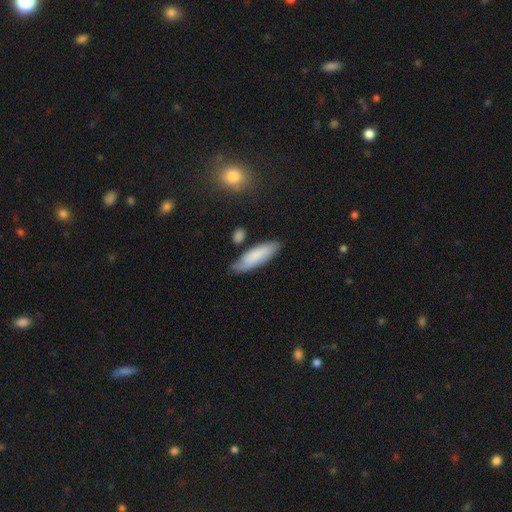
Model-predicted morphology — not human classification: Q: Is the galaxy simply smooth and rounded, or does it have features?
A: smooth — 75%.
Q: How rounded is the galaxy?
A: in between — 51%.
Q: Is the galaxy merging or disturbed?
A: none — 71%.